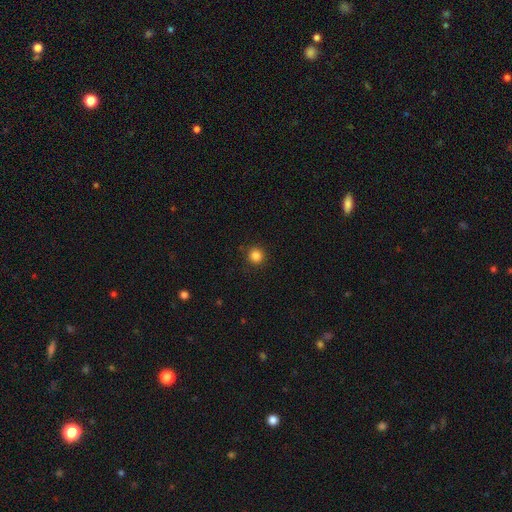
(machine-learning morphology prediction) This appears to be a smooth galaxy with no disk features (84%) that is round (95%). Merging: none (90%).